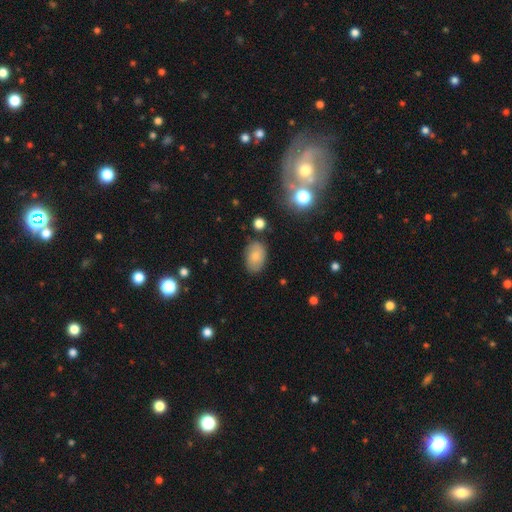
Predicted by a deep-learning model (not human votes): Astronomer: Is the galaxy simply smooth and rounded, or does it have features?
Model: smooth — 74%.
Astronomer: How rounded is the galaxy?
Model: in between — 88%.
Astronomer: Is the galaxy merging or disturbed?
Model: none — 77%.